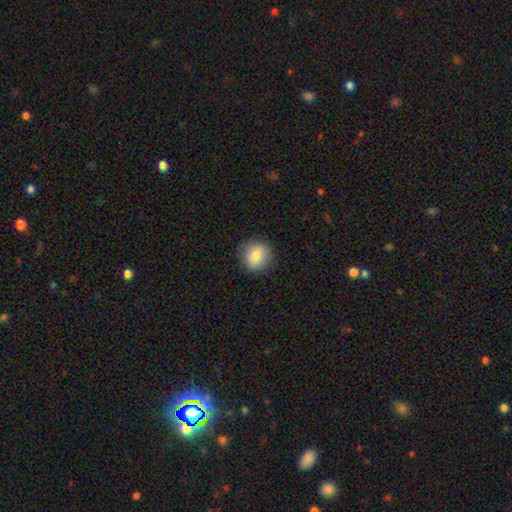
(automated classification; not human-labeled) This is clearly a smooth galaxy (81%). How rounded: clearly round (87%). Merging: clearly none (87%).